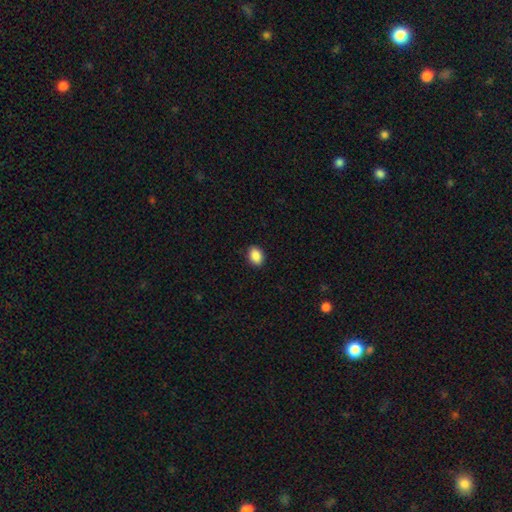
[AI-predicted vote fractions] The model was most divided on "how rounded": in between: 76%, round: 23%, cigar-shaped: 1%. More confident: merging — none (90%); smooth or featured — smooth (89%).